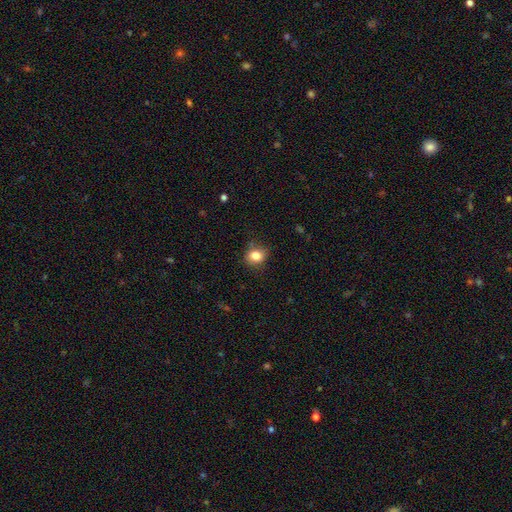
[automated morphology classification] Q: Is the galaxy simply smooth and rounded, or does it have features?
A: smooth — 83%.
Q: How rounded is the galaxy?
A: round — 68%.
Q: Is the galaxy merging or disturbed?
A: none — 80%.